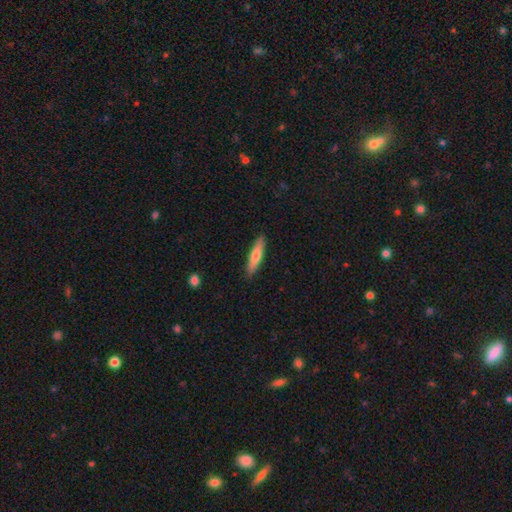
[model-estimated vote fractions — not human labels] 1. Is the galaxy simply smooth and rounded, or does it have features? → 66% smooth, 28% featured or disk, 5% star or artifact.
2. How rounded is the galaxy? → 83% cigar-shaped, 16% in between, 2% round.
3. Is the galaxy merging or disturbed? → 90% none, 8% minor disturbance, 1% major disturbance, 1% merger.